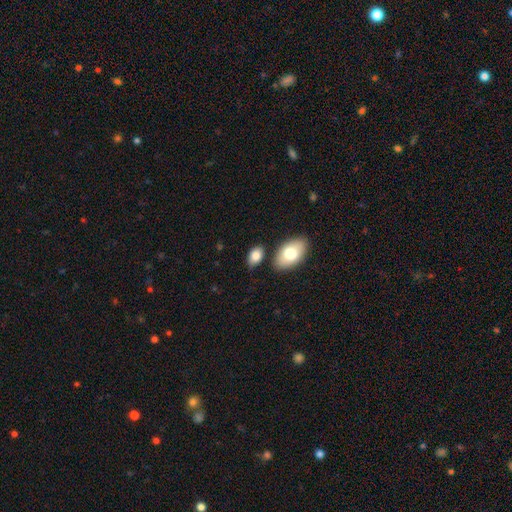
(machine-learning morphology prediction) smooth-or-featured: smooth: 81% | featured or disk: 12% | star or artifact: 7%
  how-rounded: in between: 90% | round: 8% | cigar-shaped: 2%
  merging: none: 74% | minor disturbance: 13% | merger: 9% | major disturbance: 3%